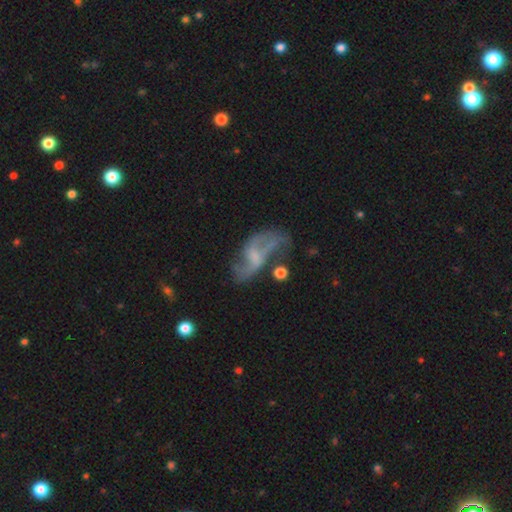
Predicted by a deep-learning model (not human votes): A featured or disk galaxy (77%) with a weak bar (47%), 2 (82%) loose (73%) spiral arms (86%) and a small central bulge (39%).

Vote fractions:
- Smooth or featured? featured or disk: 77% / smooth: 15% / star or artifact: 8%
- Edge-on disk? no: 95% / yes: 5%
- Bar? weak: 47% / no: 37% / strong: 16%
- Spiral arms? yes: 86% / no: 14%
- Spiral winding? loose: 73% / medium: 22% / tight: 5%
- Spiral arm count? 2: 82% / can't tell: 8% / 1: 4% / 3: 3% / 4: 2% / more than 4: 2%
- Bulge size? small: 39% / none: 37% / moderate: 20% / large: 3% / dominant: 1%
- Merging? none: 48% / major disturbance: 23% / minor disturbance: 21% / merger: 9%